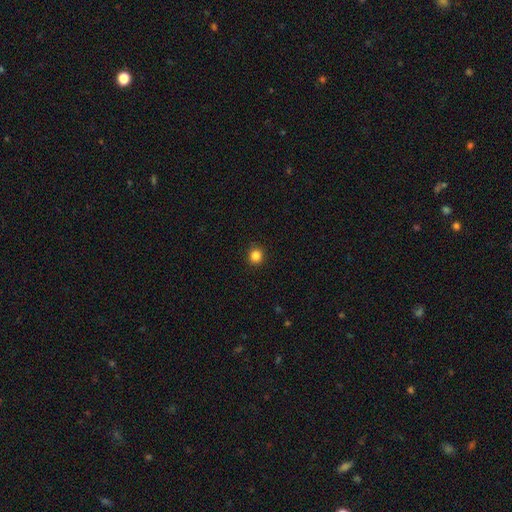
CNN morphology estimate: This is clearly a smooth galaxy (85%). How rounded: clearly round (88%). Merging: clearly none (92%).